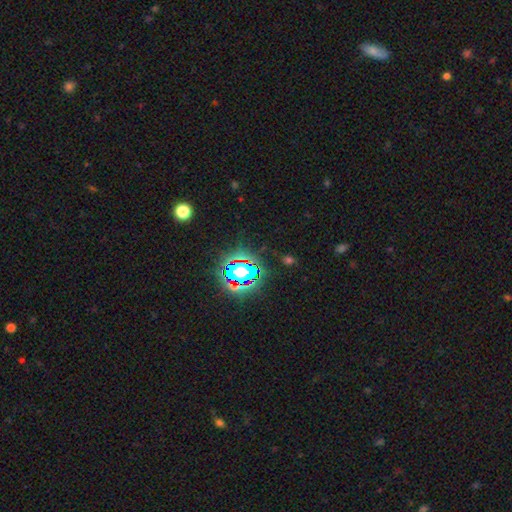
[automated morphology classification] The model was most divided on "smooth or featured": star or artifact: 78%, smooth: 14%, featured or disk: 8%.